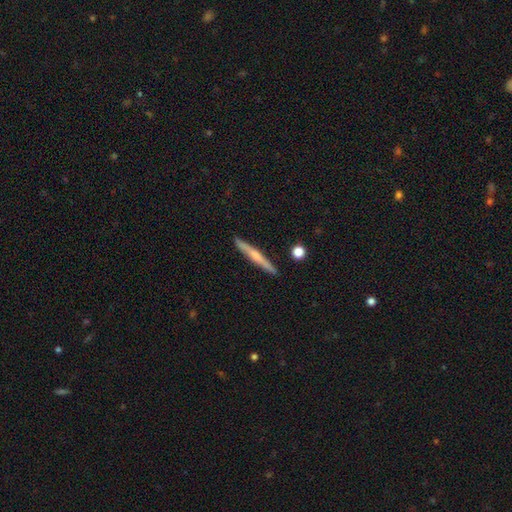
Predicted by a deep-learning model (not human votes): The model was most divided on "smooth or featured": featured or disk: 53%, smooth: 41%, star or artifact: 6%. More confident: edge-on disk — yes (97%); merging — none (90%); edge-on bulge — rounded (62%).